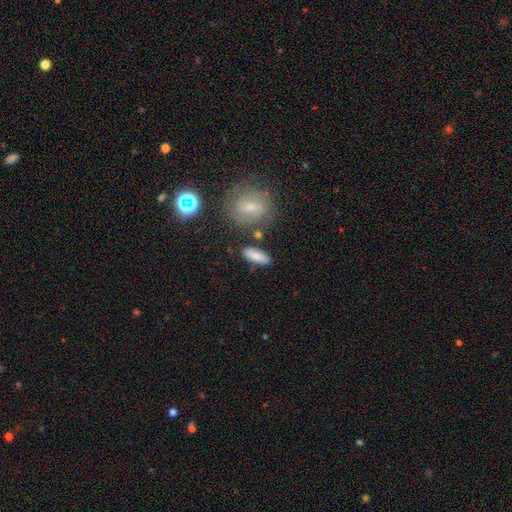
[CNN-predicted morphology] smooth-or-featured: smooth: 80% | featured or disk: 12% | star or artifact: 7%
  how-rounded: in between: 66% | cigar-shaped: 30% | round: 4%
  merging: none: 78% | minor disturbance: 12% | merger: 6% | major disturbance: 4%